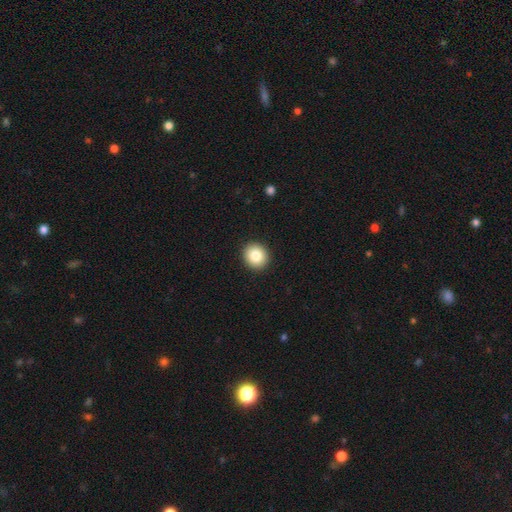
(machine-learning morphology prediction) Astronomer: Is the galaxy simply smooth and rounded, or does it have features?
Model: smooth — 84%.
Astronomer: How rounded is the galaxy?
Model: round — 83%.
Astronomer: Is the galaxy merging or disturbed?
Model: none — 92%.